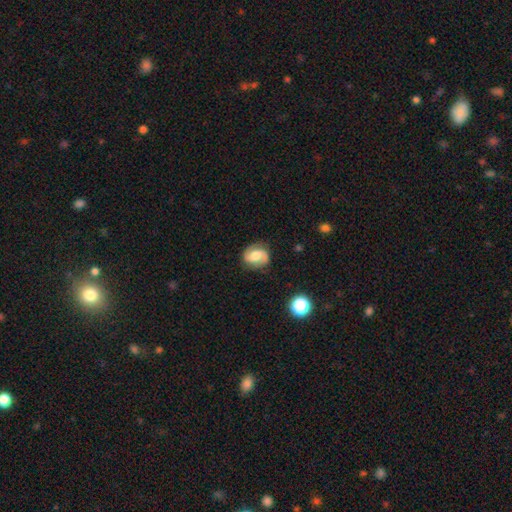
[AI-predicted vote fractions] featured or disk 69%, smooth 23%, star or artifact 8%. Down the decision tree: edge-on disk — no (98%); bar — weak (44%); spiral arms — yes (93%); spiral arm count — 2 (89%); spiral winding — medium (45%); bulge size — moderate (61%); merging — none (79%).